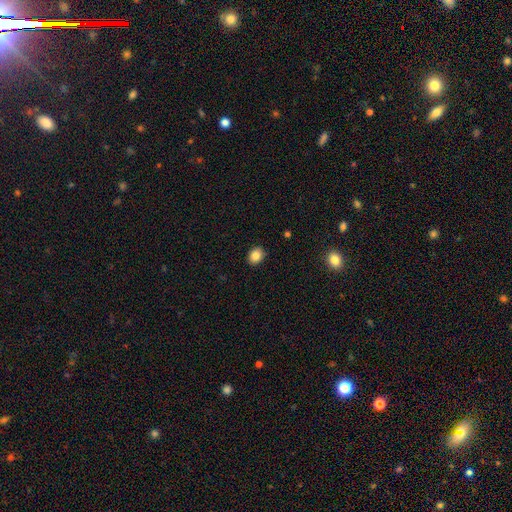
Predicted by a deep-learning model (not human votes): smooth_or_featured: smooth (p=0.85) [alt: star or artifact p=0.10]
how_rounded: in between (p=0.51) [alt: round p=0.48]
merging: none (p=0.88) [alt: minor disturbance p=0.09]